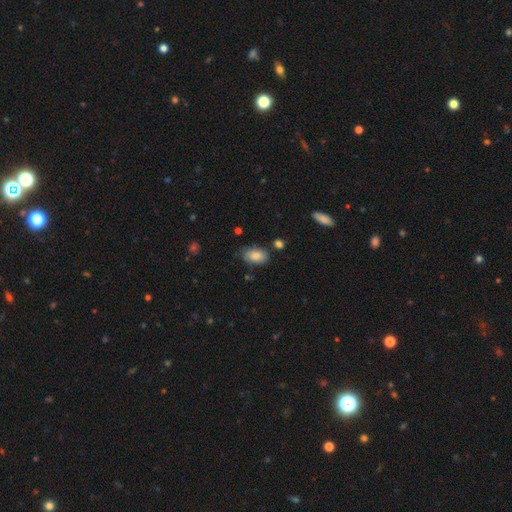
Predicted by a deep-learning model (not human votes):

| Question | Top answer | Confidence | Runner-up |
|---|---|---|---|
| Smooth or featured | smooth | 81% | featured or disk (12%) |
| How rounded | in between | 91% | round (8%) |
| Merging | none | 68% | minor disturbance (23%) |